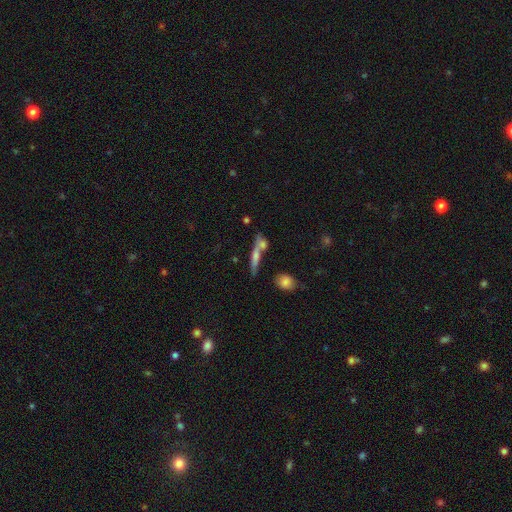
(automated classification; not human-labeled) Smooth or featured: smooth — 50% (featured or disk — 40%)
How rounded: cigar-shaped — 79% (in between — 16%)
Merging: none — 54% (merger — 29%)